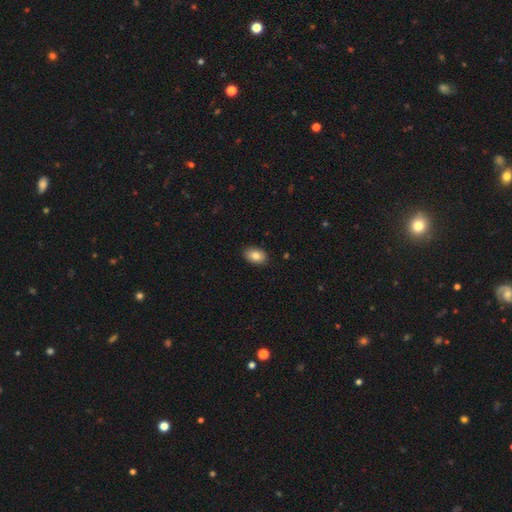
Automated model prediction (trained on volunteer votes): Overall: smooth (84%). How rounded: in between (88%). Merging: none (88%).